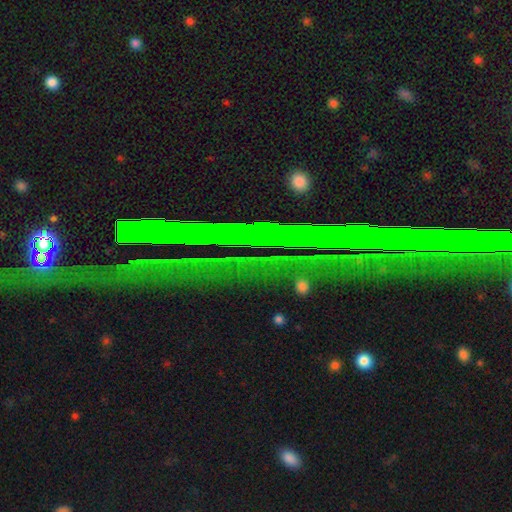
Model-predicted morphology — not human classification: Q: Smooth or featured?
A: star or artifact (75%); runner-up: featured or disk (16%)